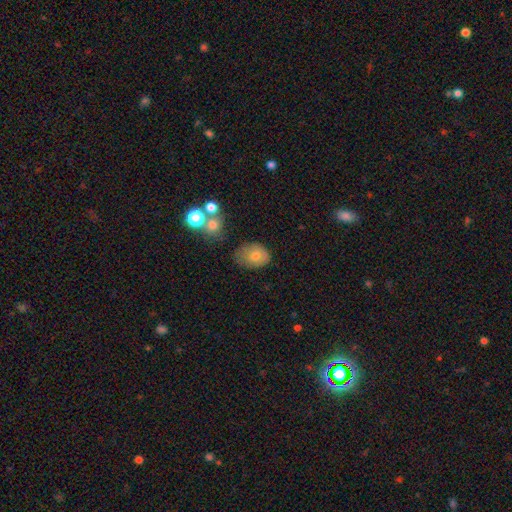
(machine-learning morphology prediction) A smooth galaxy with no disk features (71%) that is in between round and cigar-shaped (64%). Merging: none (58%).